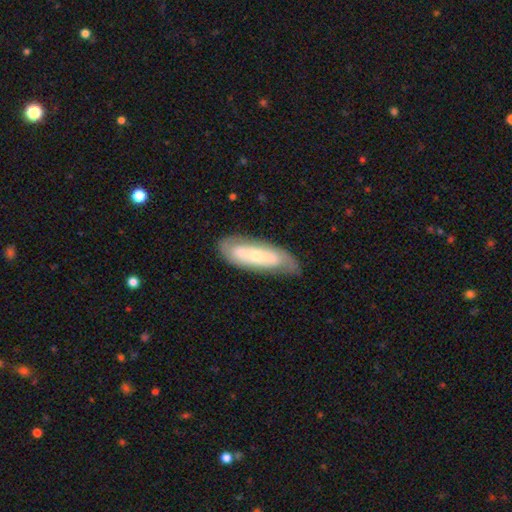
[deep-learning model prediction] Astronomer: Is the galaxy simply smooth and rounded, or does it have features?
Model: featured or disk — 56% (runner-up: smooth, 38%).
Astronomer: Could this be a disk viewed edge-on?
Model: no — 80%.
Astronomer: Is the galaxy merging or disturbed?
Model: none — 65%.